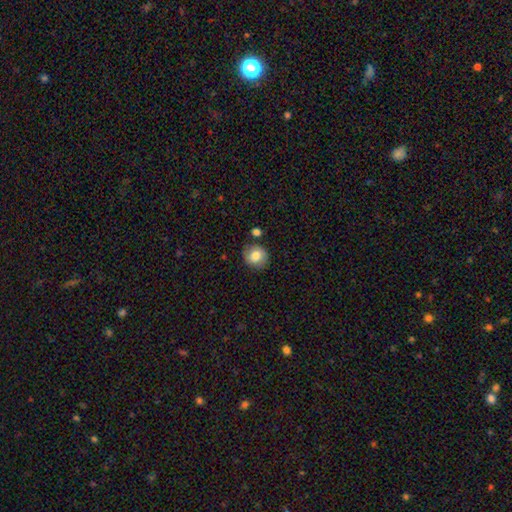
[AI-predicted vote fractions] Smooth or featured?
  - smooth: 80% *
  - featured or disk: 12%
  - star or artifact: 9%
How rounded?
  - round: 86% *
  - in between: 13%
  - cigar-shaped: 1%
Merging?
  - none: 83% *
  - minor disturbance: 10%
  - merger: 4%
  - major disturbance: 3%